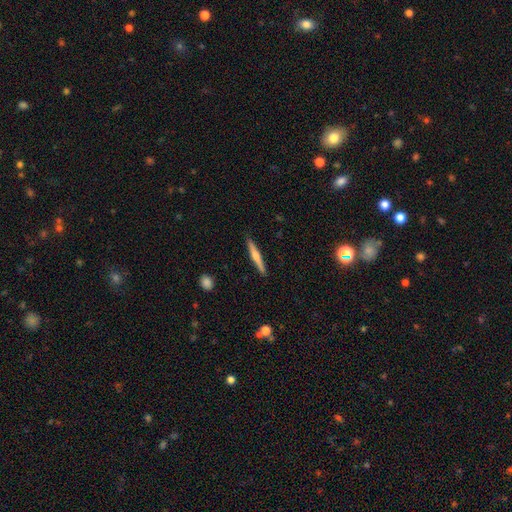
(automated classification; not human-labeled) Morphology: type=featured or disk (49%); merging=none (90%).